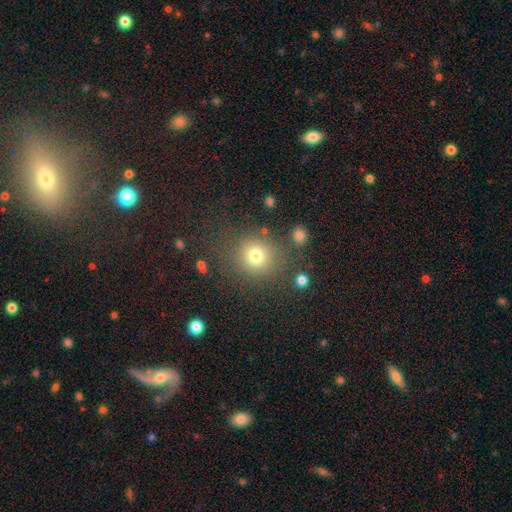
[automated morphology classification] Smooth or featured: smooth — 77% (star or artifact — 15%)
How rounded: round — 88% (in between — 11%)
Merging: none — 78% (minor disturbance — 10%)